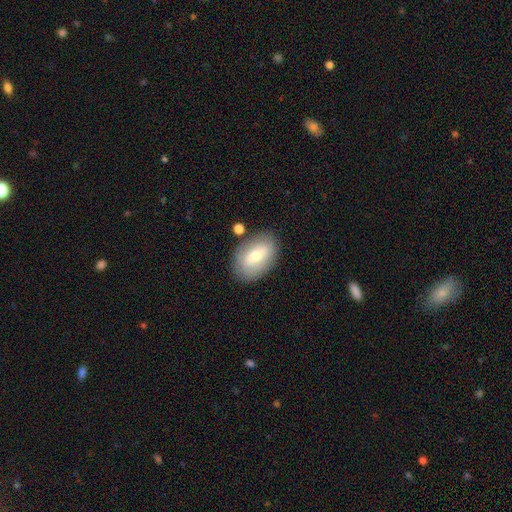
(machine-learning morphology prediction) A smooth galaxy with no disk features (62%) that is in between round and cigar-shaped (86%).

Vote fractions:
- Smooth or featured? smooth: 62% / featured or disk: 31% / star or artifact: 7%
- How rounded? in between: 86% / round: 12% / cigar-shaped: 2%
- Merging? none: 79% / minor disturbance: 13% / merger: 4% / major disturbance: 4%